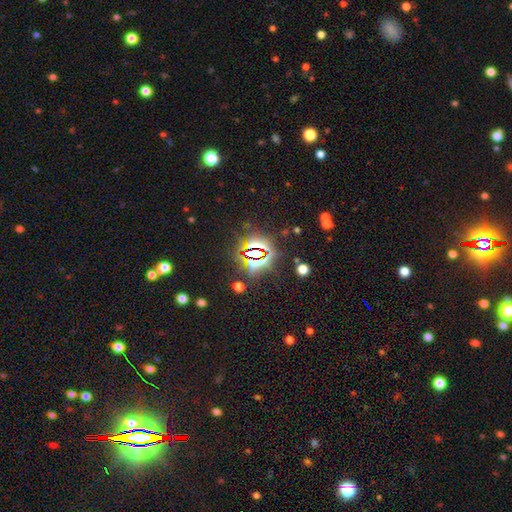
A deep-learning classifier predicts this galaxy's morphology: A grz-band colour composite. It shows a star or artifact, not a galaxy (78%).